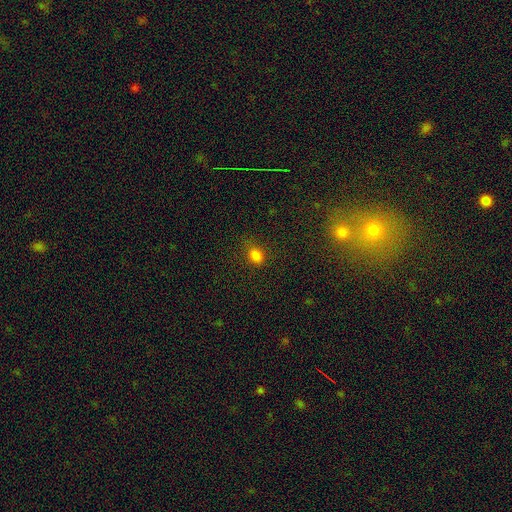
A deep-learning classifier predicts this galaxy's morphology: A smooth galaxy with no disk features (80%) that is in between round and cigar-shaped (56%).

Vote fractions:
- Smooth or featured? smooth: 80% / star or artifact: 15% / featured or disk: 5%
- How rounded? in between: 56% / round: 42% / cigar-shaped: 2%
- Merging? none: 79% / minor disturbance: 15% / major disturbance: 5% / merger: 2%